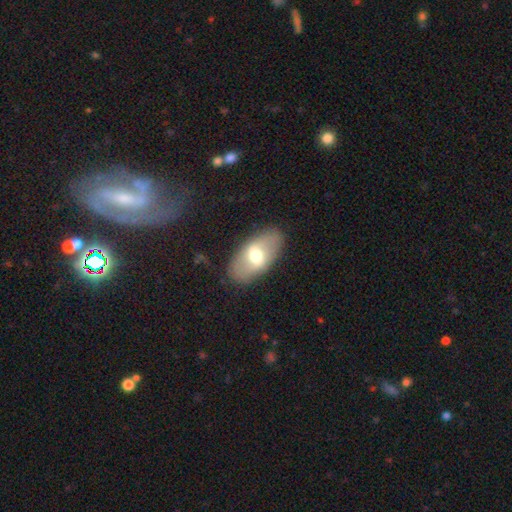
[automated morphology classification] Smooth or featured? Predicted: smooth (p=0.52). How rounded? Predicted: in between (p=0.92). Merging? Predicted: none (p=0.84).